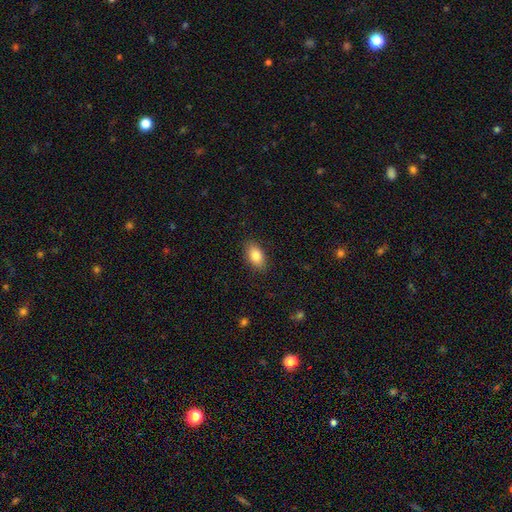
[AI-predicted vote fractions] smooth_or_featured: smooth (p=0.84) [alt: featured or disk p=0.09]
how_rounded: in between (p=0.90) [alt: round p=0.07]
merging: none (p=0.88) [alt: minor disturbance p=0.09]